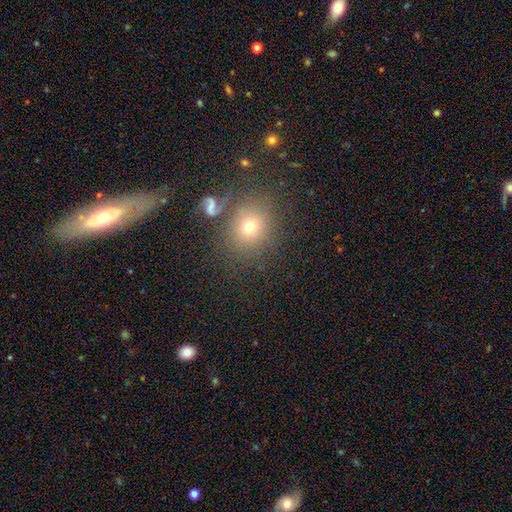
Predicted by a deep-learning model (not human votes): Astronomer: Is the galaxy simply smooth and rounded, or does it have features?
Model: smooth — 60%.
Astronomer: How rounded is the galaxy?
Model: round — 75%.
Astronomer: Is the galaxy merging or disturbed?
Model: none — 79%.